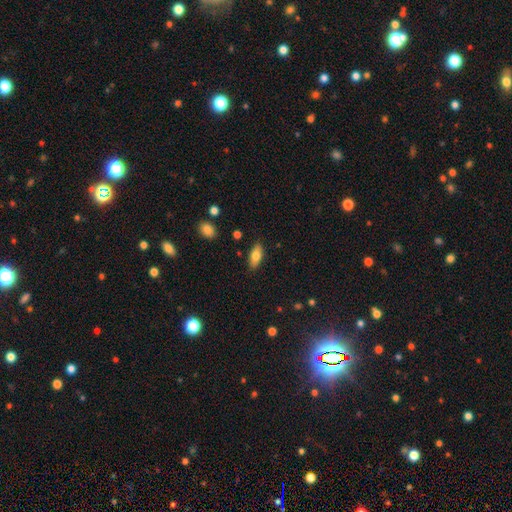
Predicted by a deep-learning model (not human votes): smooth-or-featured: smooth: 76% | featured or disk: 17% | star or artifact: 7%
  how-rounded: in between: 82% | cigar-shaped: 15% | round: 3%
  merging: none: 86% | minor disturbance: 10% | major disturbance: 2% | merger: 2%